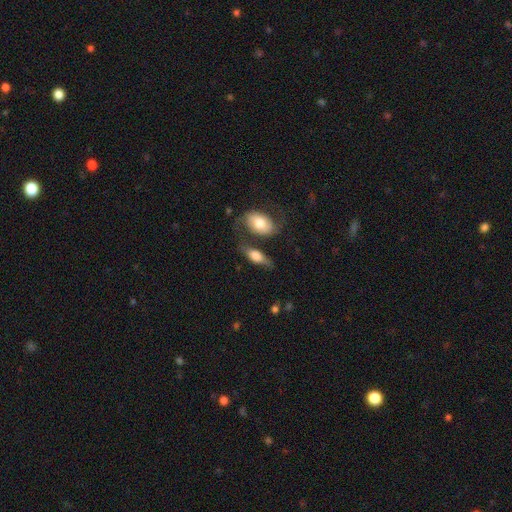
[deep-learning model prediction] Smooth or featured? Predicted: smooth (p=0.60). How rounded? Predicted: in between (p=0.73). Merging? Predicted: none (p=0.51).